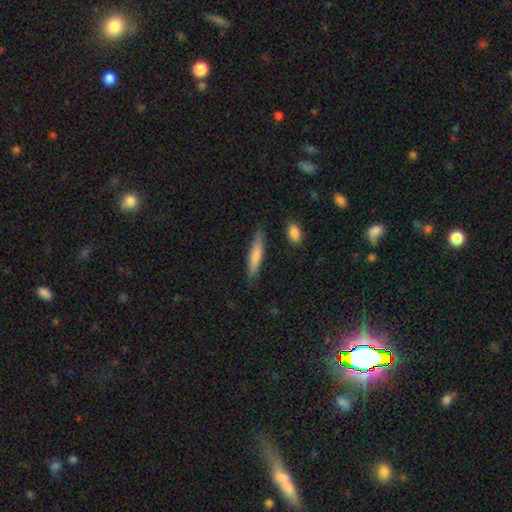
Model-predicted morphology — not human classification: Smooth or featured: smooth — 74% (featured or disk — 21%)
How rounded: cigar-shaped — 88% (in between — 11%)
Merging: none — 83% (minor disturbance — 13%)